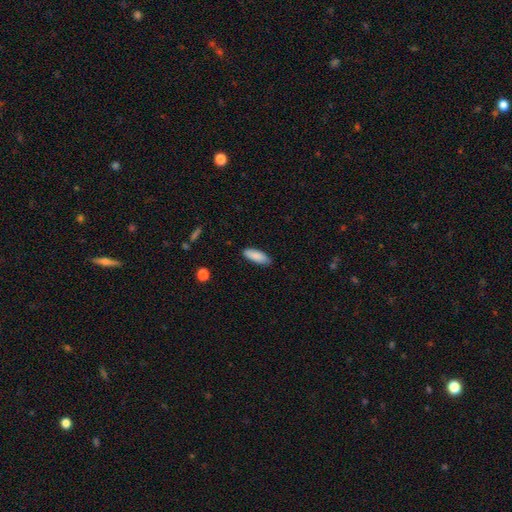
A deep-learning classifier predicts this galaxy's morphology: A smooth galaxy with no disk features (88%) that is in between round and cigar-shaped (66%).

Vote fractions:
- Smooth or featured? smooth: 88% / star or artifact: 6% / featured or disk: 6%
- How rounded? in between: 66% / cigar-shaped: 32% / round: 2%
- Merging? none: 85% / minor disturbance: 12% / major disturbance: 2% / merger: 1%